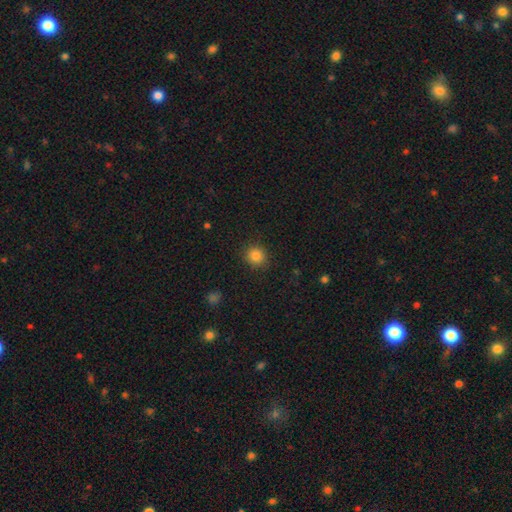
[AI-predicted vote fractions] smooth 85%, star or artifact 11%, featured or disk 4%. Down the decision tree: how rounded — round (87%); merging — none (89%).